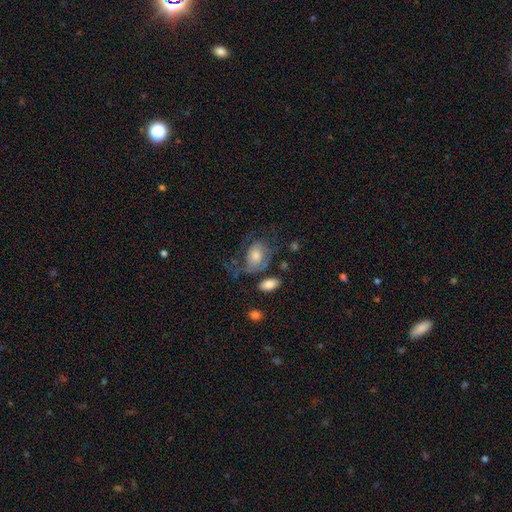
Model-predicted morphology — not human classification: Smooth or featured?
  - featured or disk: 51% *
  - smooth: 39%
  - star or artifact: 9%
Edge-on disk?
  - no: 96% *
  - yes: 4%
Merging?
  - none: 38% *
  - major disturbance: 33%
  - minor disturbance: 21%
  - merger: 7%